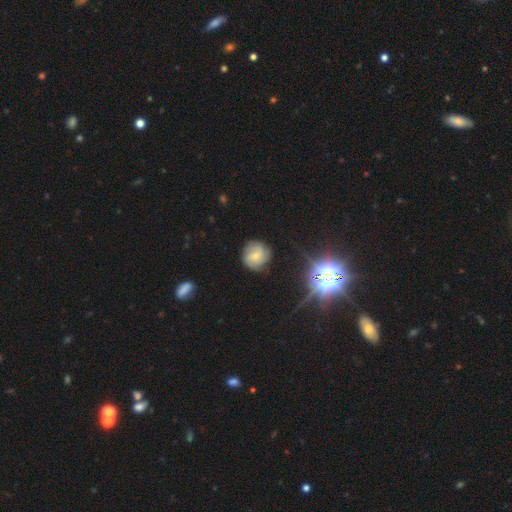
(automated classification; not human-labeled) featured or disk 47%, smooth 40%, star or artifact 13%. Down the decision tree: merging — none (78%).